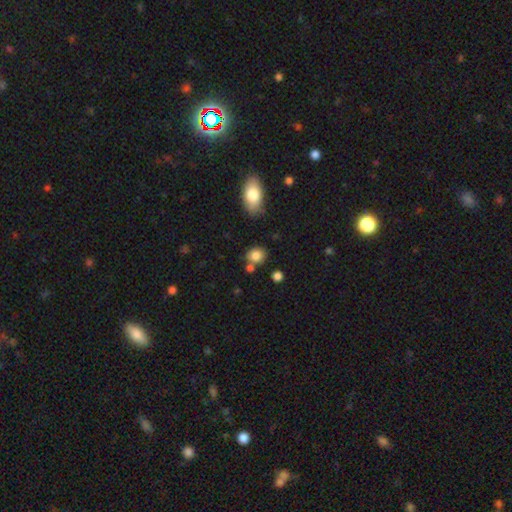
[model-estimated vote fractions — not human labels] smooth 83%, star or artifact 10%, featured or disk 7%. Down the decision tree: how rounded — round (69%); merging — none (72%).